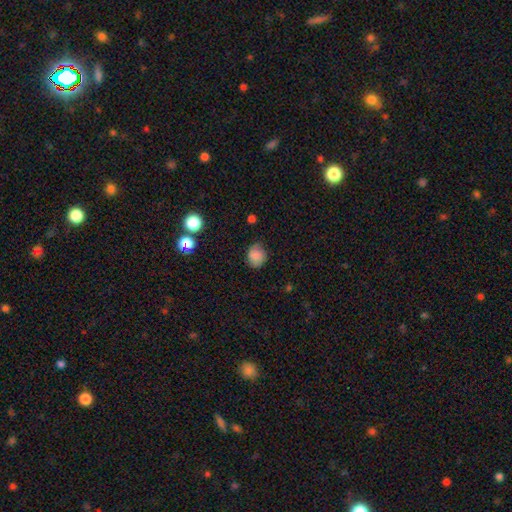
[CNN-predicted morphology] type=smooth (82%); roundness=round (64%); merging=none (75%).